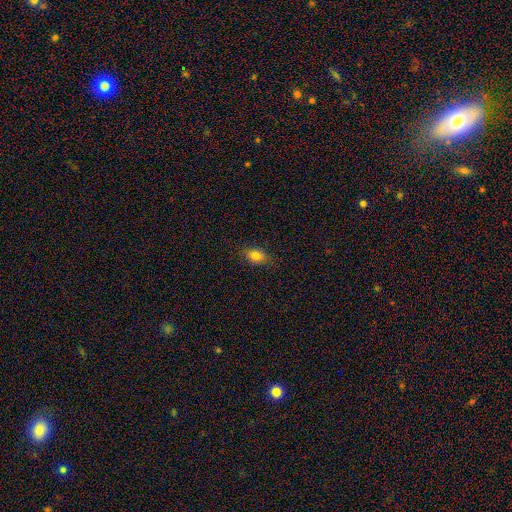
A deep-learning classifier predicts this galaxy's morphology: type=smooth (81%); roundness=in between (82%); merging=none (82%).